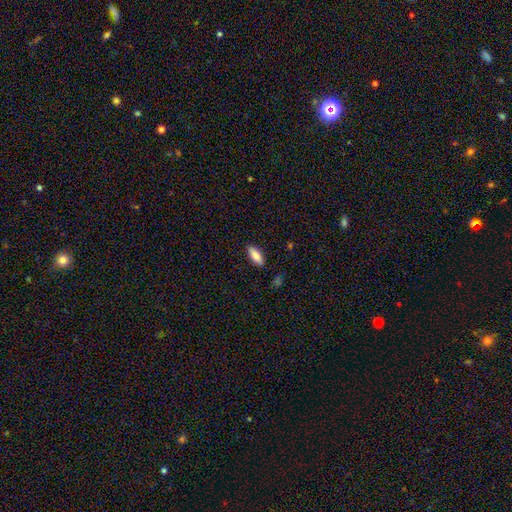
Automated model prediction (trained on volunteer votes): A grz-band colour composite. It shows a smooth galaxy with no disk features (82%) that is in between round and cigar-shaped (75%). Merging: none (88%).